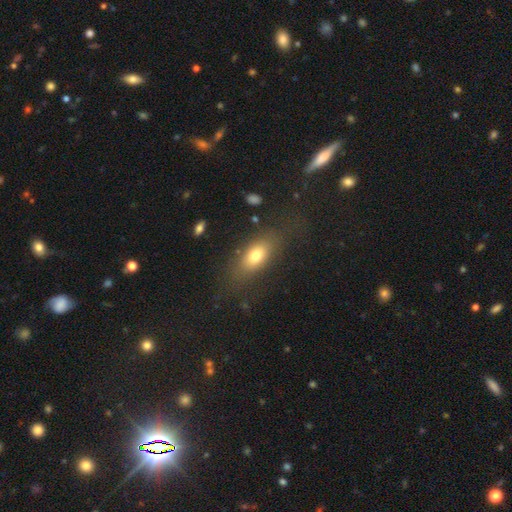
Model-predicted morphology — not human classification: The model was most divided on "smooth or featured": smooth: 72%, featured or disk: 19%, star or artifact: 9%. More confident: how rounded — in between (82%); merging — none (72%).